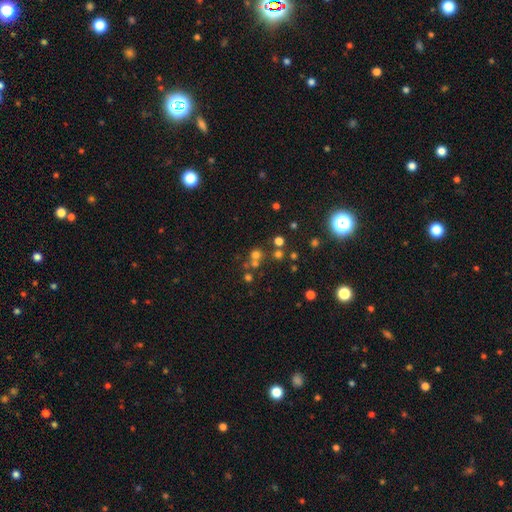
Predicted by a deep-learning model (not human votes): Morphology: type=smooth (58%); roundness=round (89%); merging=none (59%).